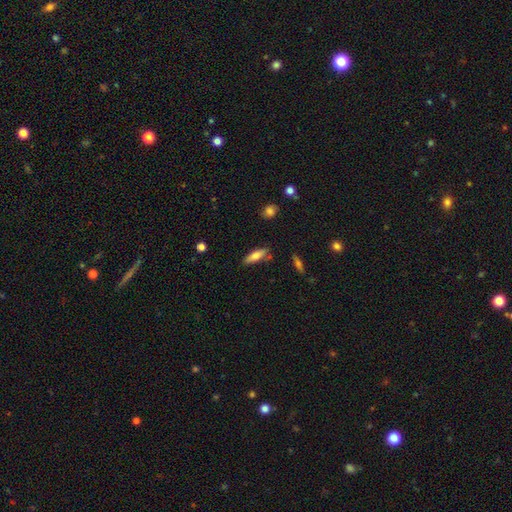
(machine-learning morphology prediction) Smooth or featured: smooth — 73% (featured or disk — 20%)
How rounded: cigar-shaped — 51% (in between — 48%)
Merging: none — 76% (minor disturbance — 16%)